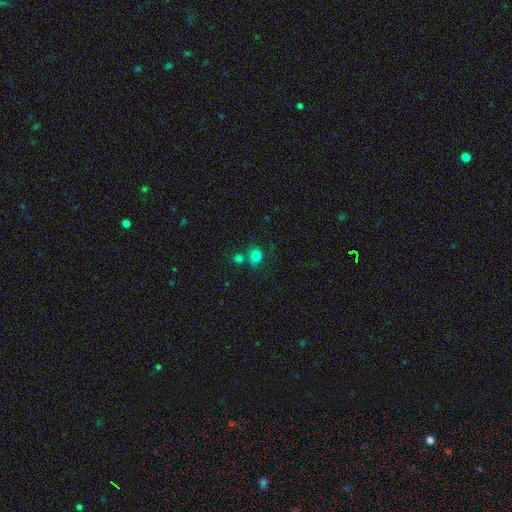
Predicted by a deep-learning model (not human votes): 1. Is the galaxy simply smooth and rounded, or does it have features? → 79% smooth, 14% star or artifact, 7% featured or disk.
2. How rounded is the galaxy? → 61% round, 38% in between, 1% cigar-shaped.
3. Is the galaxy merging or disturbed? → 52% none, 27% merger, 14% minor disturbance, 7% major disturbance.